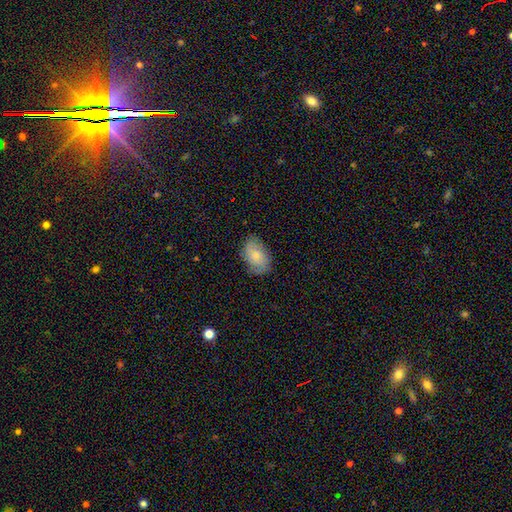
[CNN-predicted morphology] Smooth or featured? smooth (69%)
How rounded? in between (90%)
Merging? none (76%)